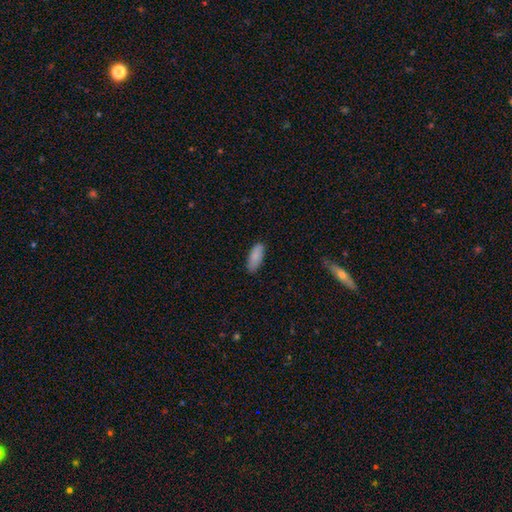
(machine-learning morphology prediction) This is clearly a smooth galaxy (88%). How rounded: likely in between (80%). Merging: clearly none (85%).